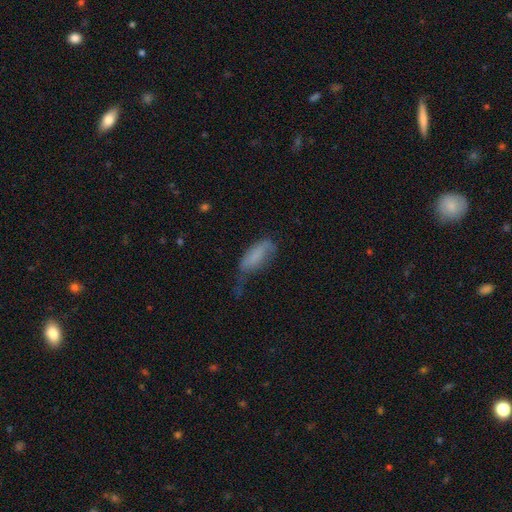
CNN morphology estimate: Q: Smooth or featured?
A: smooth (72%); runner-up: featured or disk (19%)
Q: How rounded?
A: in between (75%); runner-up: cigar-shaped (23%)
Q: Merging?
A: major disturbance (36%); runner-up: minor disturbance (34%)